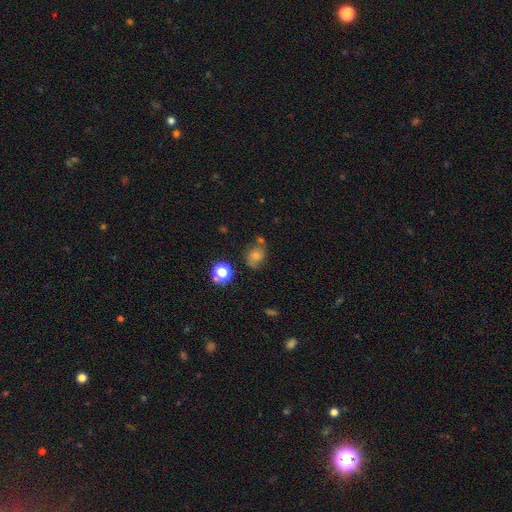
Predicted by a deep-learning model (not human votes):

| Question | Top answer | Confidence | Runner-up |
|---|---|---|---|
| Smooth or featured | smooth | 52% | featured or disk (27%) |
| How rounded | round | 61% | in between (38%) |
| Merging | none | 59% | minor disturbance (22%) |